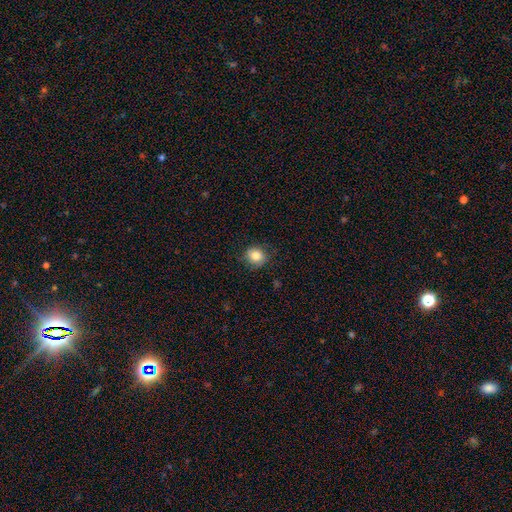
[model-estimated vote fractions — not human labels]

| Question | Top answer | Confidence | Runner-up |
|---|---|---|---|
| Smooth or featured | smooth | 83% | star or artifact (10%) |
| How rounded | round | 82% | in between (17%) |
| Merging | none | 82% | minor disturbance (14%) |